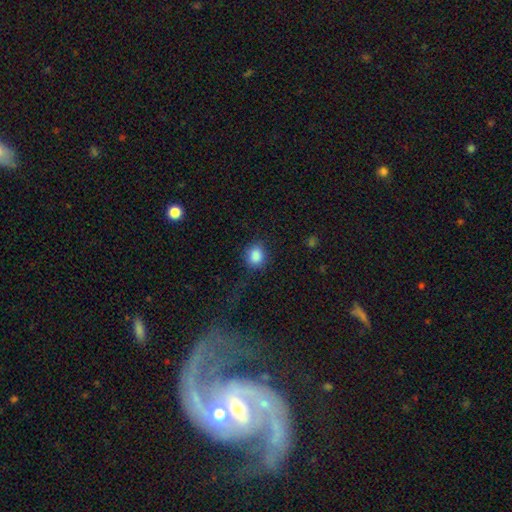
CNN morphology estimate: type=smooth (87%); roundness=round (72%); merging=none (76%).